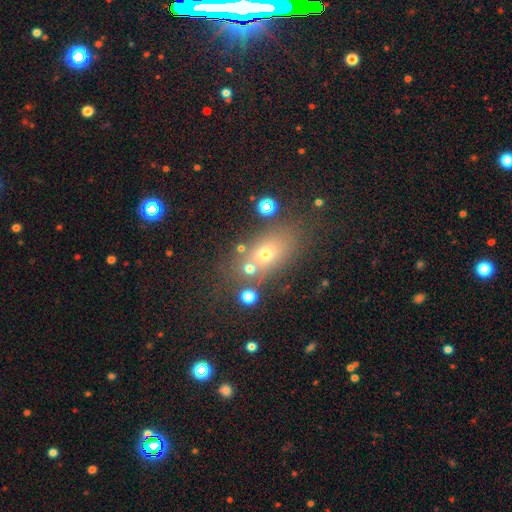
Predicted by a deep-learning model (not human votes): Overall: smooth (47%; star or artifact 37%). Merging: none (67%).